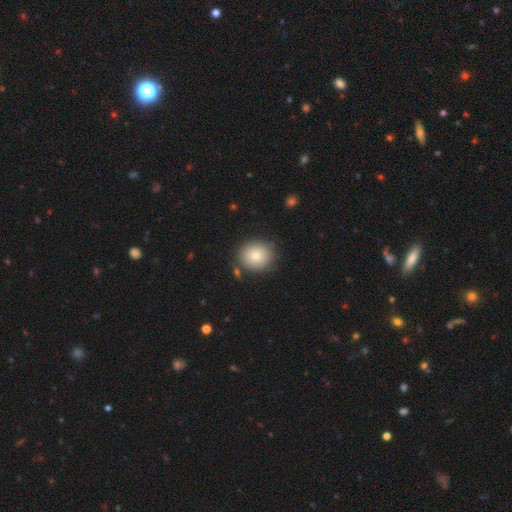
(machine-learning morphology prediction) Smooth or featured?
  - smooth: 82% *
  - featured or disk: 9%
  - star or artifact: 9%
How rounded?
  - round: 79% *
  - in between: 20%
  - cigar-shaped: 1%
Merging?
  - none: 83% *
  - minor disturbance: 11%
  - merger: 3%
  - major disturbance: 3%